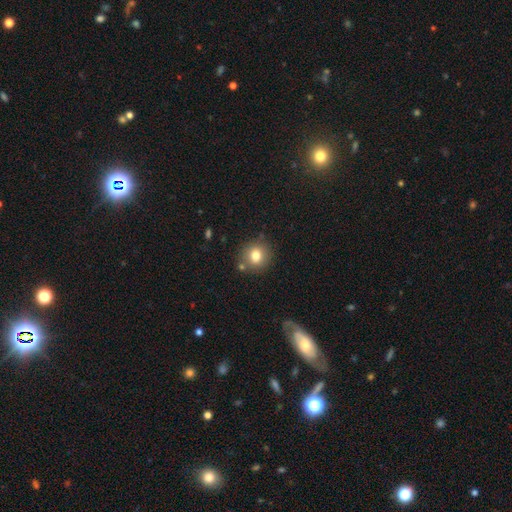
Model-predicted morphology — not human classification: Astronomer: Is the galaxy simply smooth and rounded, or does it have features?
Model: smooth — 79%.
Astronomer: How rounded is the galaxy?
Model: round — 84%.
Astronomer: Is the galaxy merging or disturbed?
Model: none — 80%.